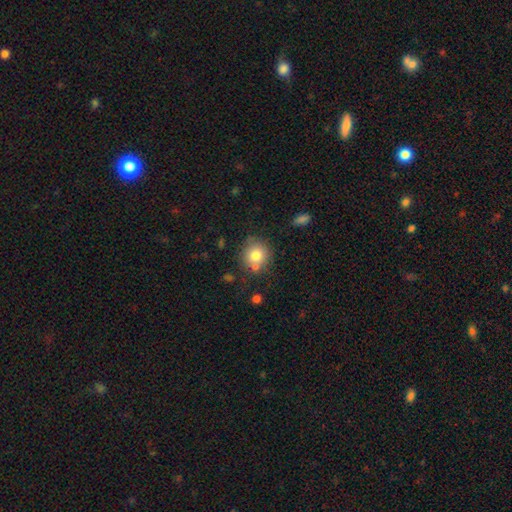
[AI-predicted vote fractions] This appears to be a smooth galaxy with no disk features (78%) that is round (90%). Merging: none (72%).